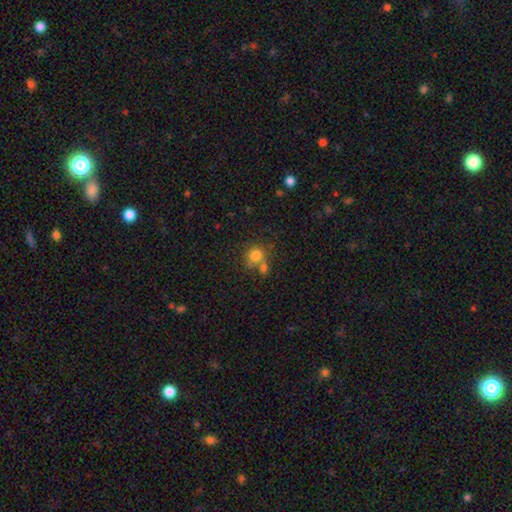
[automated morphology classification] Smooth or featured? smooth (78%)
How rounded? round (76%)
Merging? none (47%)